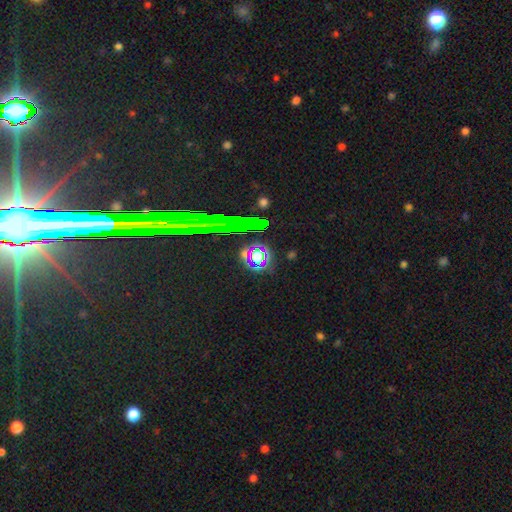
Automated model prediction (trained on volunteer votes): The model was most divided on "smooth or featured": star or artifact: 63%, smooth: 23%, featured or disk: 14%.